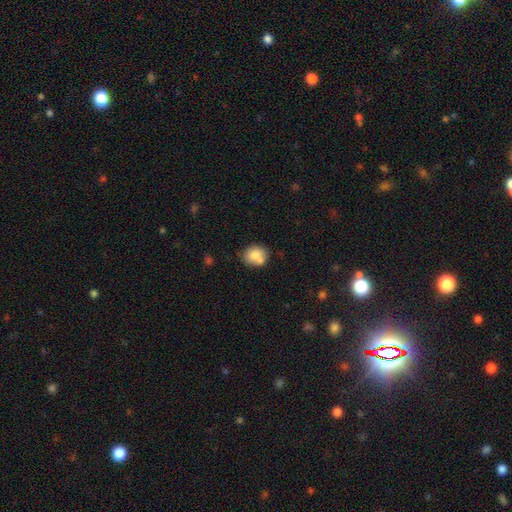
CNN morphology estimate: Smooth or featured? Predicted: smooth (p=0.78). How rounded? Predicted: round (p=0.58). Merging? Predicted: none (p=0.52).